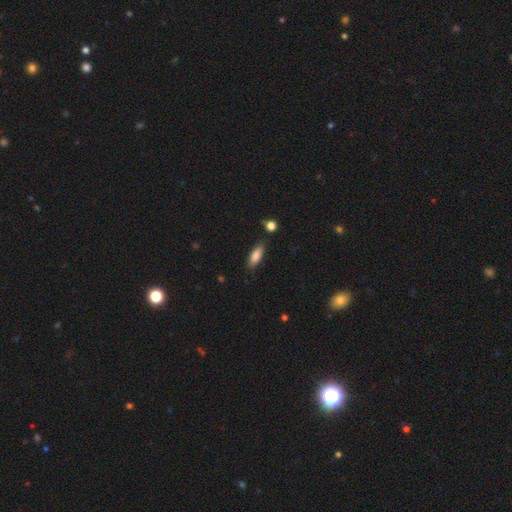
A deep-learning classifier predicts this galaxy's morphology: smooth 80%, featured or disk 13%, star or artifact 7%. Down the decision tree: how rounded — in between (61%); merging — none (82%).